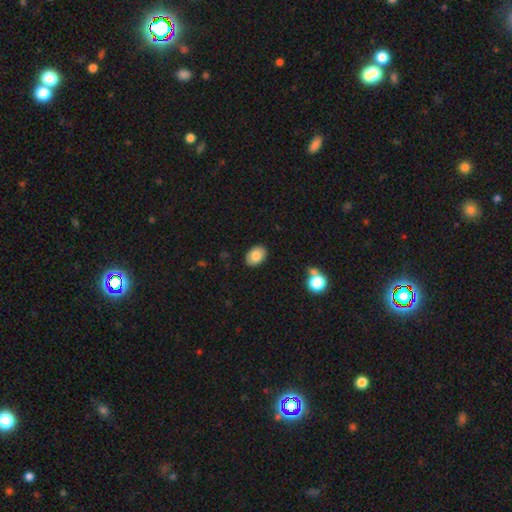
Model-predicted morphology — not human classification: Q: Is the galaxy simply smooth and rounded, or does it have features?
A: smooth — 81%.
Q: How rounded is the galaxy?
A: in between — 83%.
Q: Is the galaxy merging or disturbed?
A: none — 88%.